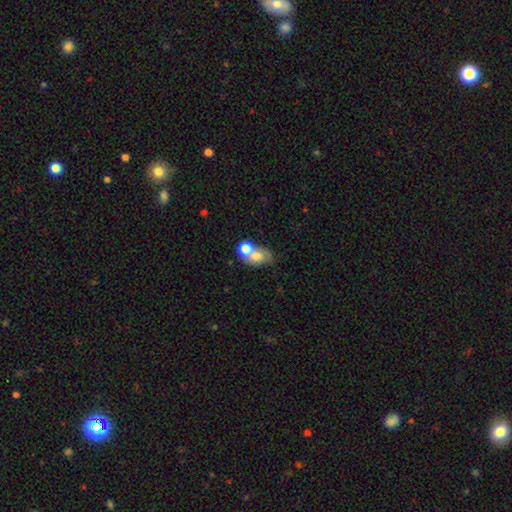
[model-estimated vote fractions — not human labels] Q: Smooth or featured?
A: smooth (64%); runner-up: featured or disk (26%)
Q: How rounded?
A: in between (76%); runner-up: round (22%)
Q: Merging?
A: merger (54%); runner-up: none (26%)